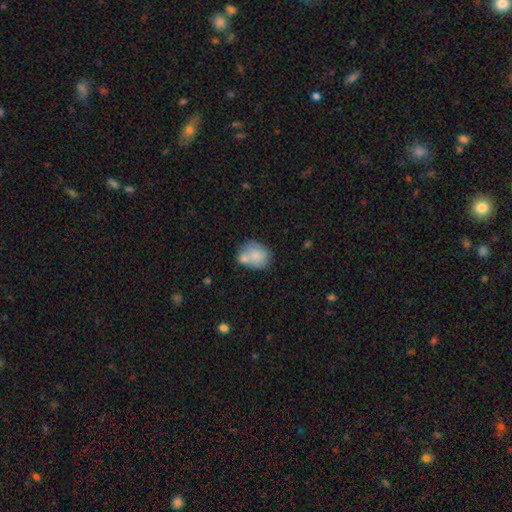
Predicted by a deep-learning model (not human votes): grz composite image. It shows a smooth galaxy with no disk features (77%) that is round (58%). Merging: none (42%).